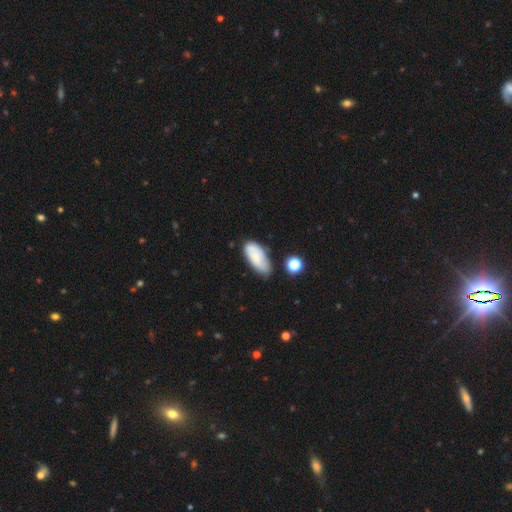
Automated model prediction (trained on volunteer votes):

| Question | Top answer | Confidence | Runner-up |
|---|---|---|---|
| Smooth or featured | smooth | 70% | featured or disk (22%) |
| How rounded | in between | 88% | cigar-shaped (10%) |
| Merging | none | 61% | minor disturbance (27%) |